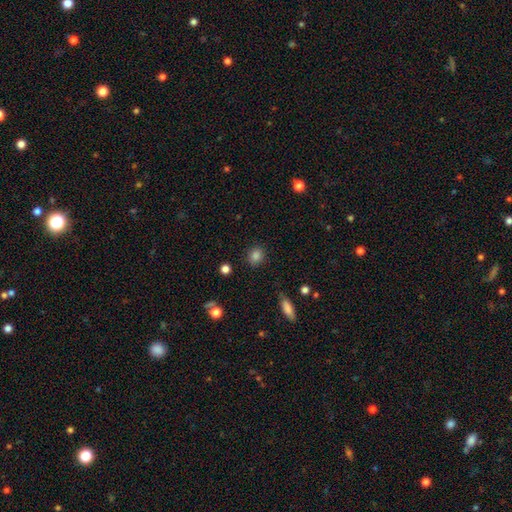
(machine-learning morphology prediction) A smooth galaxy with no disk features (85%) that is round (75%).

Vote fractions:
- Smooth or featured? smooth: 85% / star or artifact: 11% / featured or disk: 4%
- How rounded? round: 75% / in between: 23% / cigar-shaped: 1%
- Merging? none: 88% / minor disturbance: 8% / major disturbance: 3% / merger: 1%